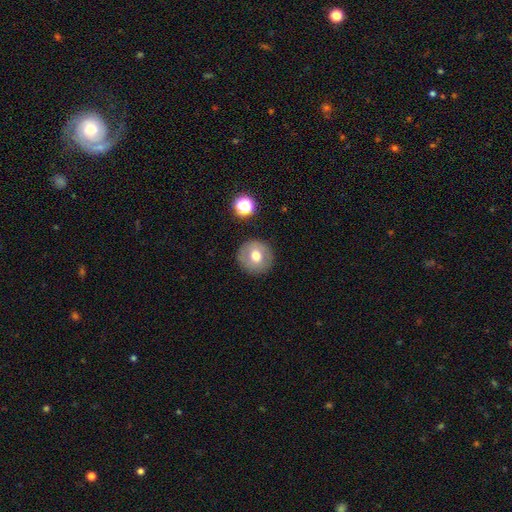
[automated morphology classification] Overall: smooth (67%). How rounded: round (93%). Merging: none (88%).